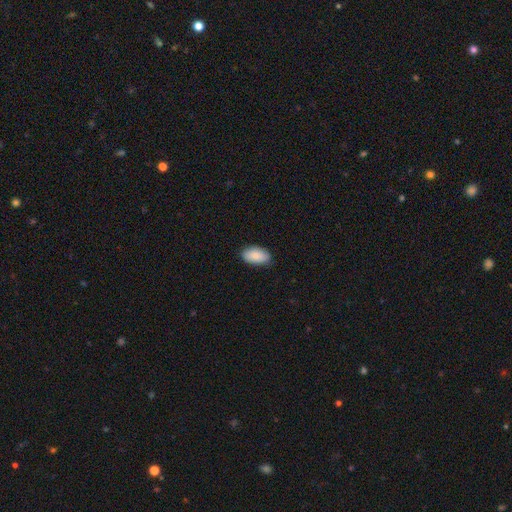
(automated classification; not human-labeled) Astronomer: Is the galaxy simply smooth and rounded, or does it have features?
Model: smooth — 87%.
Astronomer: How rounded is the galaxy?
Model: in between — 95%.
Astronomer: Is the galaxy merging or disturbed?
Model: none — 86%.